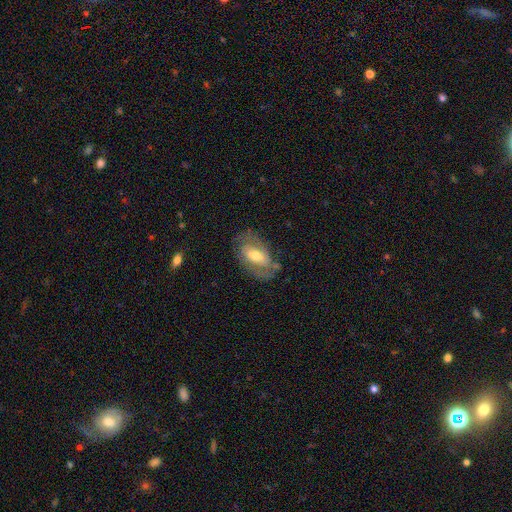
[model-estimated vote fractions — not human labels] featured or disk 64%, smooth 30%, star or artifact 6%. Down the decision tree: edge-on disk — no (93%); bar — weak (37%); spiral arms — yes (70%); bulge size — moderate (59%); merging — none (67%).